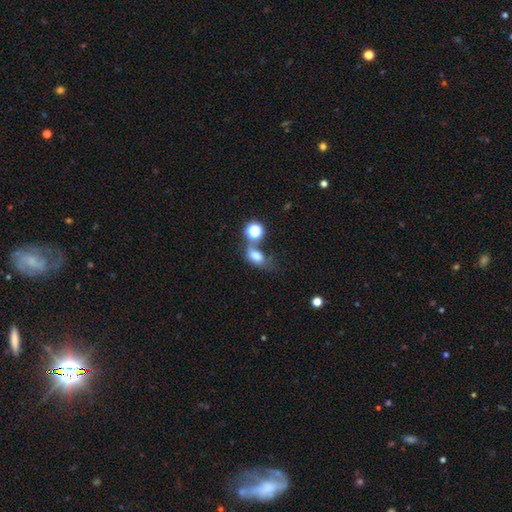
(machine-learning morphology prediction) A smooth galaxy with no disk features (70%) that is in between round and cigar-shaped (76%). Merging: merger (34%).